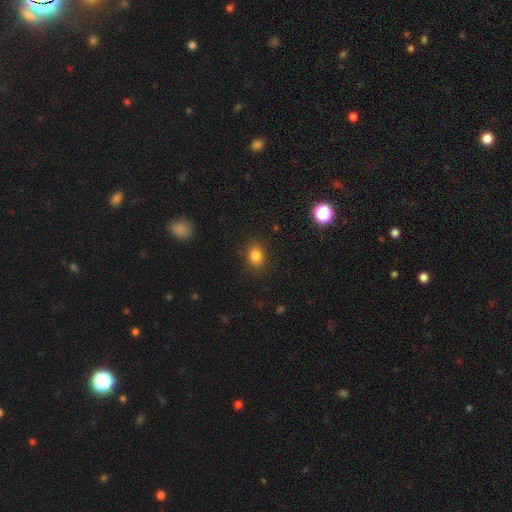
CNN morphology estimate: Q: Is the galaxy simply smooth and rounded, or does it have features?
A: smooth — 83%.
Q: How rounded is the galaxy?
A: in between — 57%.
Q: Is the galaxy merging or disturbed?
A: none — 86%.